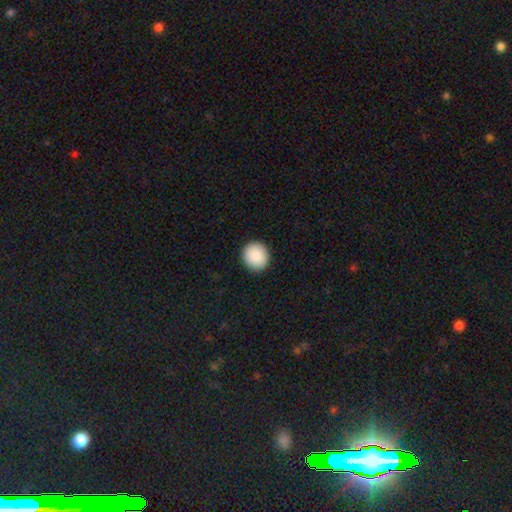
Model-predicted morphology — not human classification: Smooth or featured?
  - smooth: 90% *
  - star or artifact: 7%
  - featured or disk: 3%
How rounded?
  - round: 90% *
  - in between: 9%
  - cigar-shaped: 1%
Merging?
  - none: 92% *
  - minor disturbance: 6%
  - major disturbance: 2%
  - merger: 1%